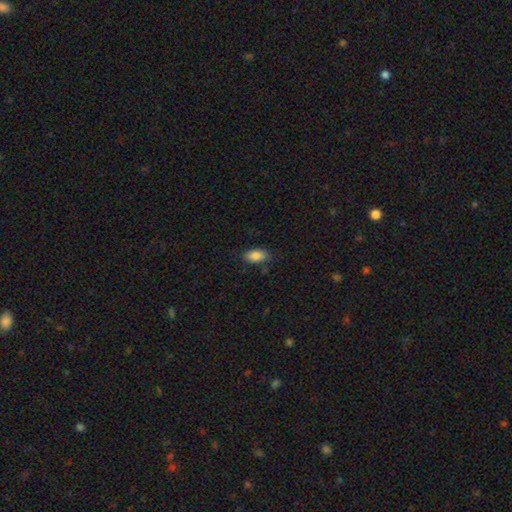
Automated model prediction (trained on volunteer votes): Smooth or featured? Predicted: smooth (p=0.87). How rounded? Predicted: in between (p=0.91). Merging? Predicted: none (p=0.82).